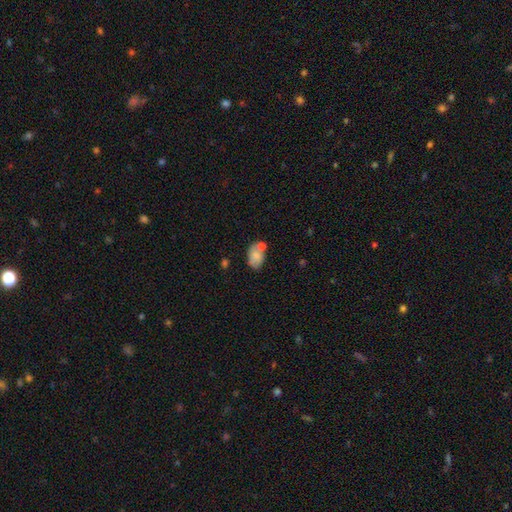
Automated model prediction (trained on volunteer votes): Smooth or featured?
  - smooth: 73% *
  - featured or disk: 19%
  - star or artifact: 8%
How rounded?
  - in between: 87% *
  - round: 12%
  - cigar-shaped: 1%
Merging?
  - none: 46% *
  - merger: 27%
  - minor disturbance: 20%
  - major disturbance: 7%